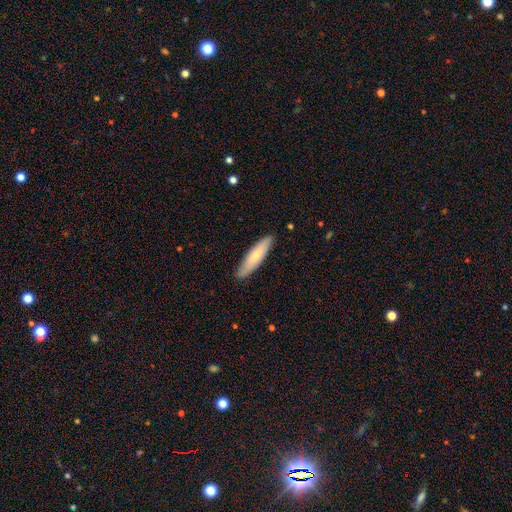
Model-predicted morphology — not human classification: This appears to be a smooth galaxy with no disk features (70%) that is cigar-shaped (77%). Merging: none (86%).